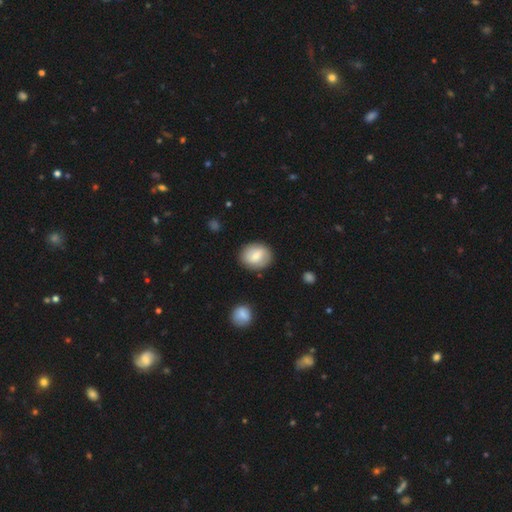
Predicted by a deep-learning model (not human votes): Smooth or featured: smooth — 69% (featured or disk — 24%)
How rounded: round — 55% (in between — 44%)
Merging: none — 84% (minor disturbance — 11%)